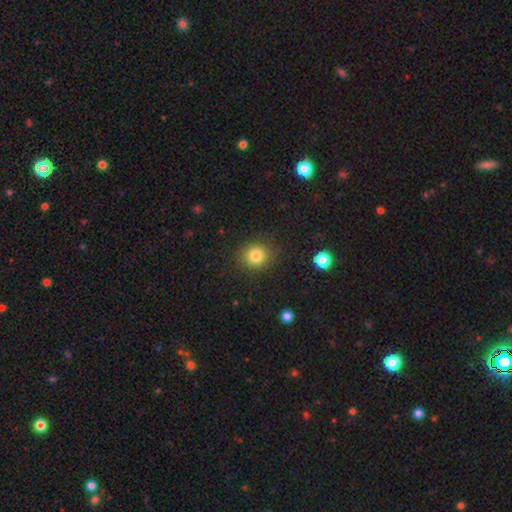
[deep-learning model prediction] The model was most divided on "how rounded": round: 82%, in between: 18%, cigar-shaped: 1%. More confident: merging — none (87%); smooth or featured — smooth (82%).